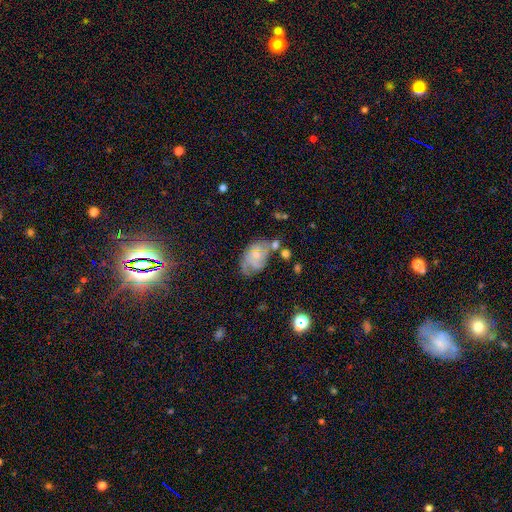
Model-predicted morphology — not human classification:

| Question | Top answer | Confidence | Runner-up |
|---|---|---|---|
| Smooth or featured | featured or disk | 60% | smooth (30%) |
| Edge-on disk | no | 97% | yes (3%) |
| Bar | no | 73% | weak (24%) |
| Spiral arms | yes | 79% | no (21%) |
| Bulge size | small | 59% | moderate (31%) |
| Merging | none | 43% | minor disturbance (28%) |